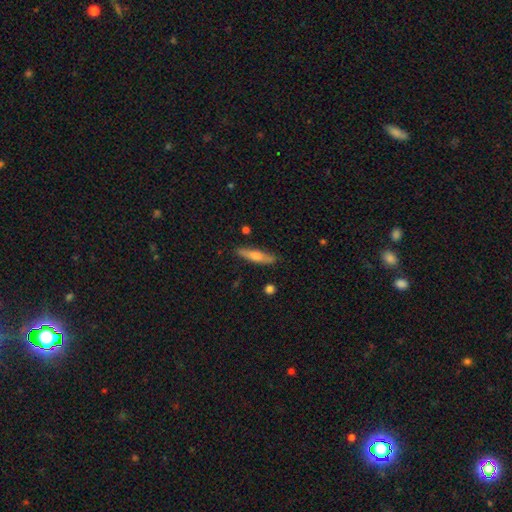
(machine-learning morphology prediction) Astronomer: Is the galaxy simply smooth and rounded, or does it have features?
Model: smooth — 54% (runner-up: featured or disk, 39%).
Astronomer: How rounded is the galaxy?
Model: cigar-shaped — 81%.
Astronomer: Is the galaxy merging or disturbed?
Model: none — 84%.